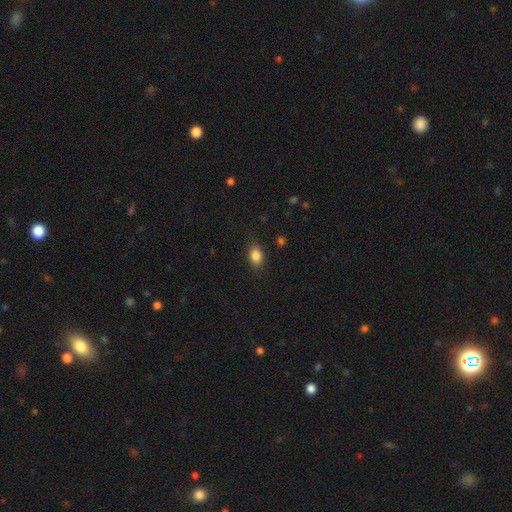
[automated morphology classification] A smooth galaxy with no disk features (85%) that is in between round and cigar-shaped (76%).

Vote fractions:
- Smooth or featured? smooth: 85% / star or artifact: 9% / featured or disk: 5%
- How rounded? in between: 76% / round: 22% / cigar-shaped: 2%
- Merging? none: 83% / minor disturbance: 12% / major disturbance: 3% / merger: 1%